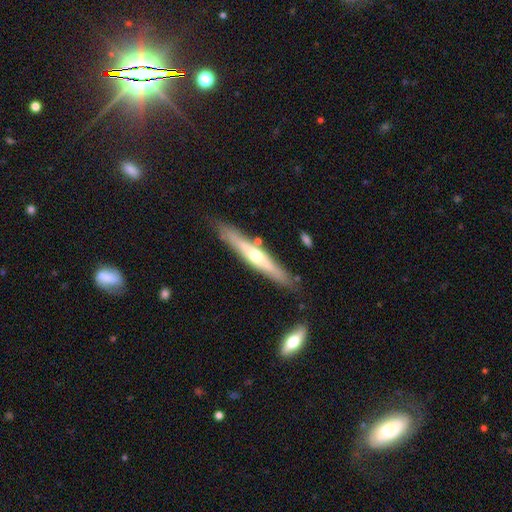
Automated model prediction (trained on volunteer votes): Smooth or featured? Predicted: featured or disk (p=0.61). Edge-on disk? Predicted: yes (p=0.92). Edge-on bulge? Predicted: rounded (p=0.84). Merging? Predicted: none (p=0.82).